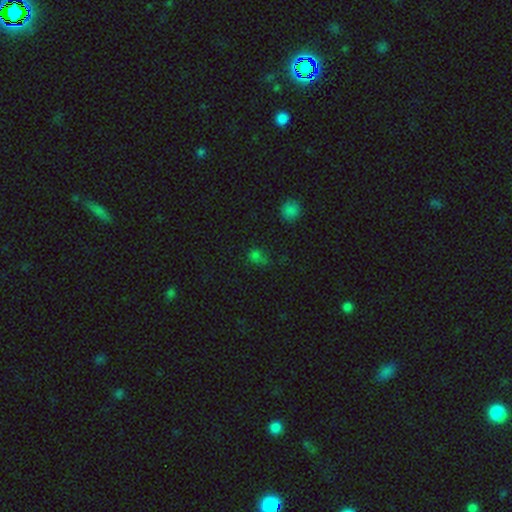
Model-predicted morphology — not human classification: Q: Smooth or featured?
A: smooth (61%); runner-up: star or artifact (31%)
Q: How rounded?
A: round (65%); runner-up: in between (32%)
Q: Merging?
A: none (54%); runner-up: minor disturbance (23%)